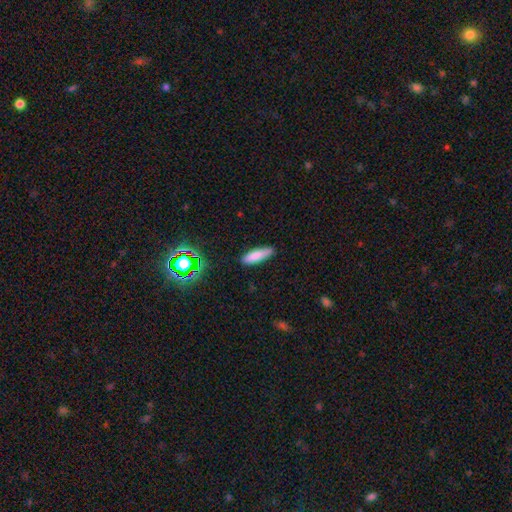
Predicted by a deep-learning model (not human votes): Smooth or featured? Predicted: smooth (p=0.80). How rounded? Predicted: cigar-shaped (p=0.65). Merging? Predicted: none (p=0.84).